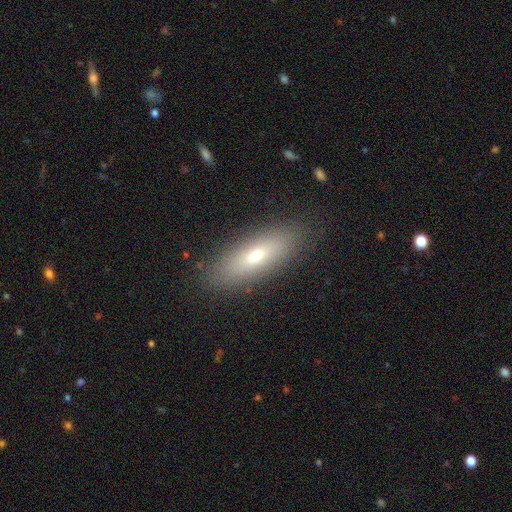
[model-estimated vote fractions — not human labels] Smooth or featured: smooth — 66% (featured or disk — 25%)
How rounded: in between — 52% (cigar-shaped — 45%)
Merging: none — 86% (minor disturbance — 9%)